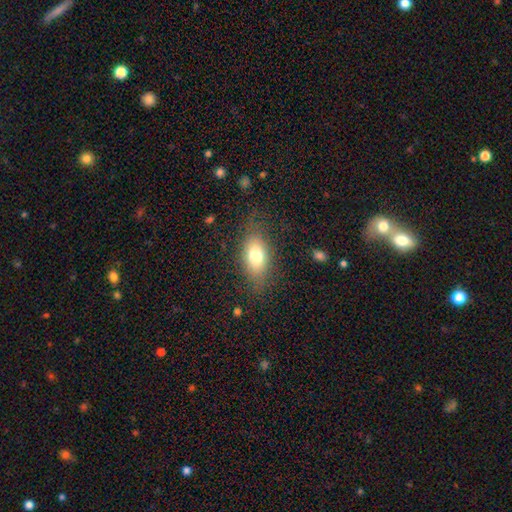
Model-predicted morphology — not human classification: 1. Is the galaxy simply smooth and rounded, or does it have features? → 74% smooth, 17% featured or disk, 10% star or artifact.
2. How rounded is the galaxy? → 84% in between, 11% round, 5% cigar-shaped.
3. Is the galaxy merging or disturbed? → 75% none, 16% minor disturbance, 7% major disturbance, 1% merger.